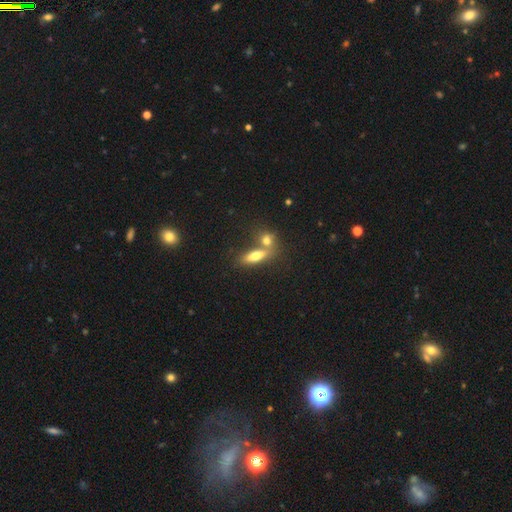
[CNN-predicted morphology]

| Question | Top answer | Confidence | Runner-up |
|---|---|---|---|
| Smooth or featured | smooth | 69% | featured or disk (22%) |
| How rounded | in between | 57% | cigar-shaped (36%) |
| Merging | none | 44% | merger (43%) |